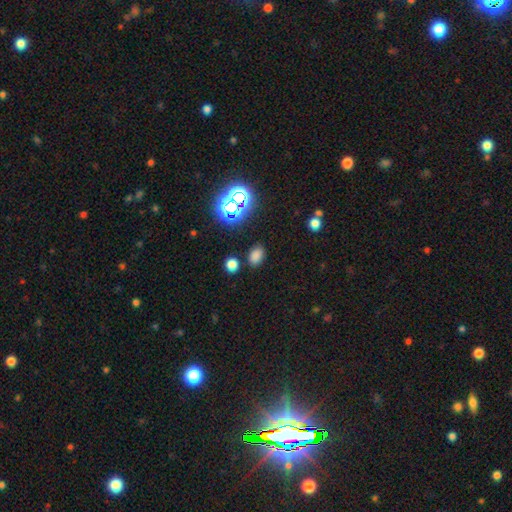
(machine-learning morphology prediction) smooth_or_featured: smooth (p=0.72) [alt: star or artifact p=0.22]
how_rounded: in between (p=0.80) [alt: round p=0.18]
merging: none (p=0.84) [alt: minor disturbance p=0.10]